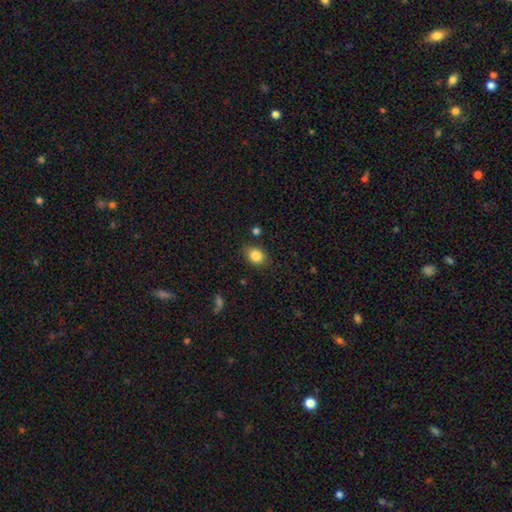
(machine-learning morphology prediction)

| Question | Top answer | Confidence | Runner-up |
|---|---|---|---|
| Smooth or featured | smooth | 84% | star or artifact (9%) |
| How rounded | in between | 57% | round (42%) |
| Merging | none | 82% | minor disturbance (13%) |